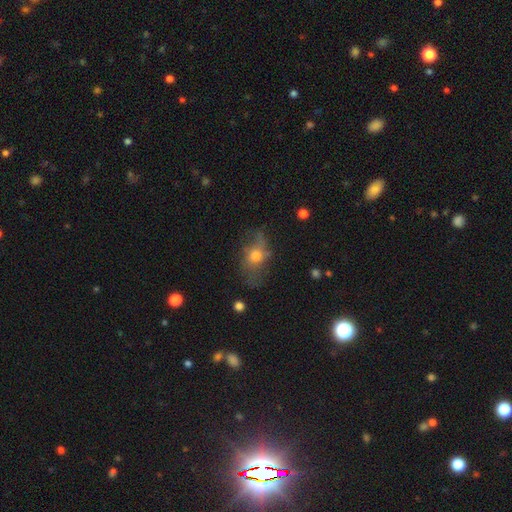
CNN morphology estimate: A smooth galaxy with no disk features (53%) that is in between round and cigar-shaped (69%).

Vote fractions:
- Smooth or featured? smooth: 53% / featured or disk: 36% / star or artifact: 12%
- How rounded? in between: 69% / round: 28% / cigar-shaped: 3%
- Merging? none: 43% / major disturbance: 28% / minor disturbance: 26% / merger: 3%